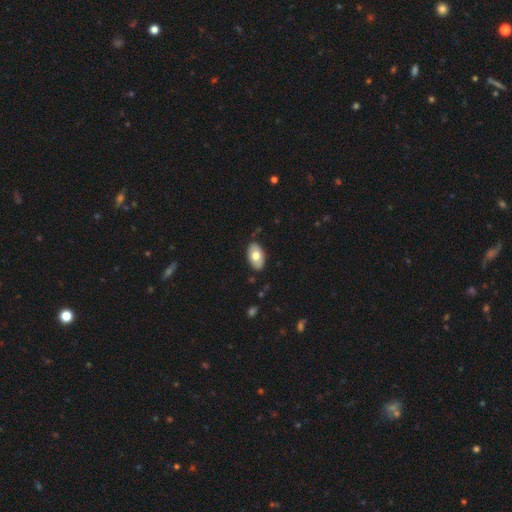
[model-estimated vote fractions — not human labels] Smooth or featured: smooth — 69% (featured or disk — 25%)
How rounded: in between — 93% (round — 6%)
Merging: none — 85% (minor disturbance — 11%)